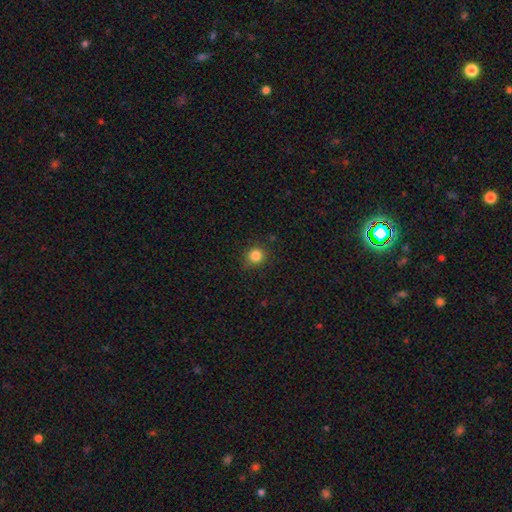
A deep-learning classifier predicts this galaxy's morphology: This appears to be a smooth galaxy with no disk features (84%) that is round (91%). Merging: none (87%).